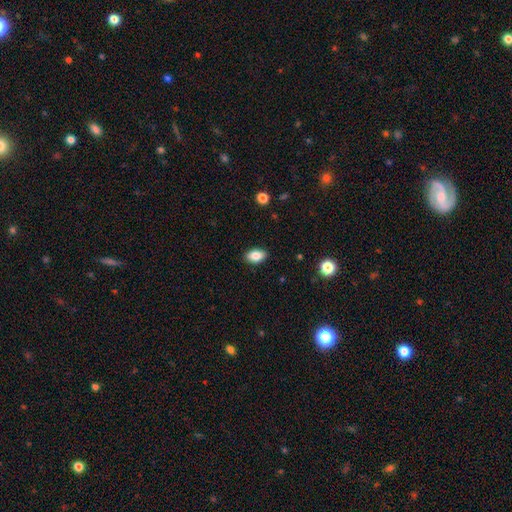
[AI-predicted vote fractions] Smooth or featured? smooth (86%)
How rounded? in between (89%)
Merging? none (89%)